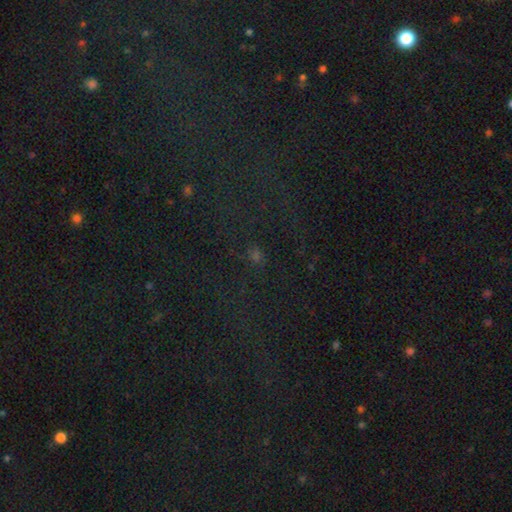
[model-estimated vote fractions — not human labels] This is possibly a star or artifact rather than a galaxy (54%).